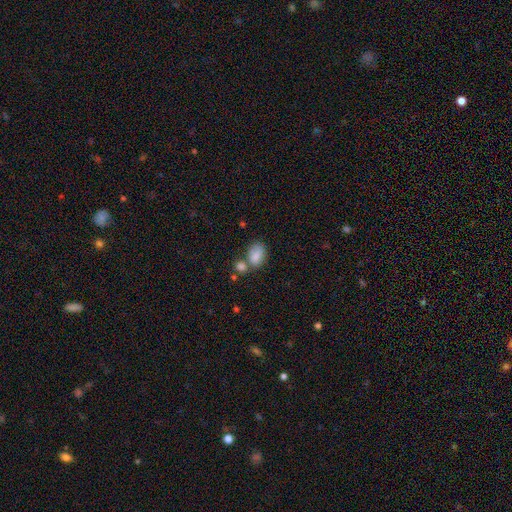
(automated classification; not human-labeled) Overall: smooth (80%). How rounded: in between (82%). Merging: none (44%; merger 32%).